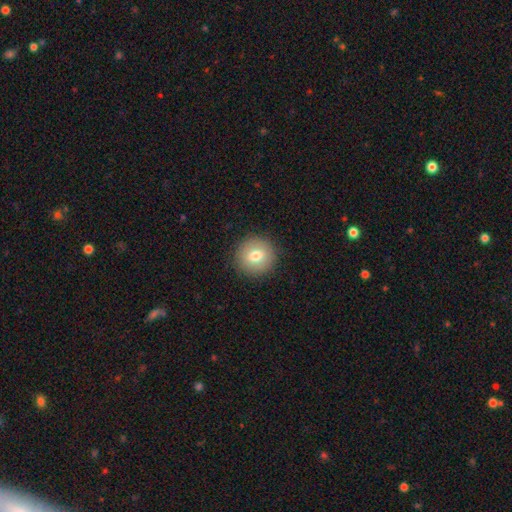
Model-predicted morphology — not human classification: type=smooth (76%); roundness=round (93%); merging=none (90%).